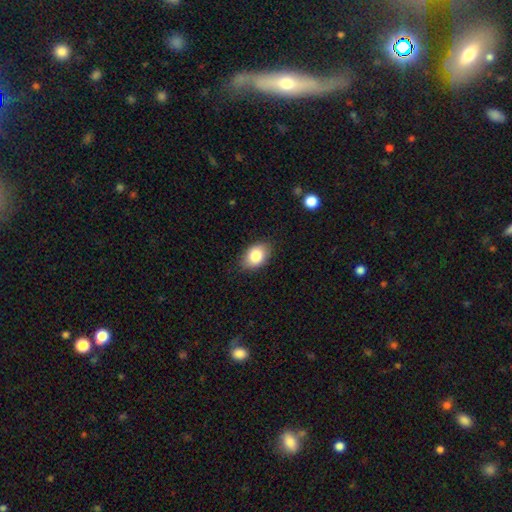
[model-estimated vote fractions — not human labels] This is clearly a smooth galaxy (85%). How rounded: clearly in between (84%). Merging: clearly none (85%).